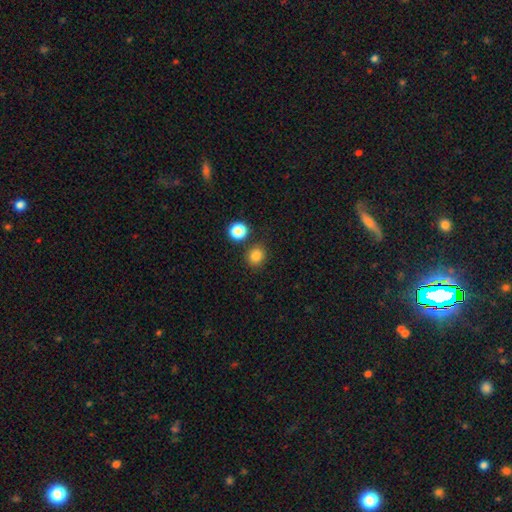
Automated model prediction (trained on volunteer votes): smooth 84%, star or artifact 12%, featured or disk 4%. Down the decision tree: how rounded — round (84%); merging — none (83%).